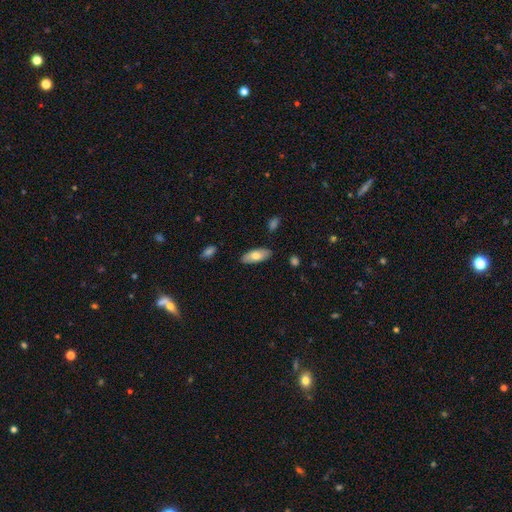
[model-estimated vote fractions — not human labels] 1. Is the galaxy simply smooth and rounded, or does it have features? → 73% smooth, 21% featured or disk, 6% star or artifact.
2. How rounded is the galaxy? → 83% in between, 15% cigar-shaped, 2% round.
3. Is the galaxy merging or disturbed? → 87% none, 10% minor disturbance, 2% major disturbance, 1% merger.